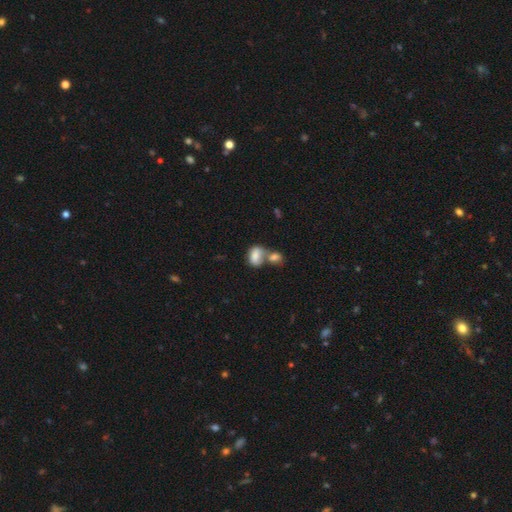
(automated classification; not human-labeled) The model was most divided on "merging": merger: 62%, none: 22%, minor disturbance: 10%, major disturbance: 5%. More confident: smooth or featured — smooth (80%); how rounded — in between (80%).